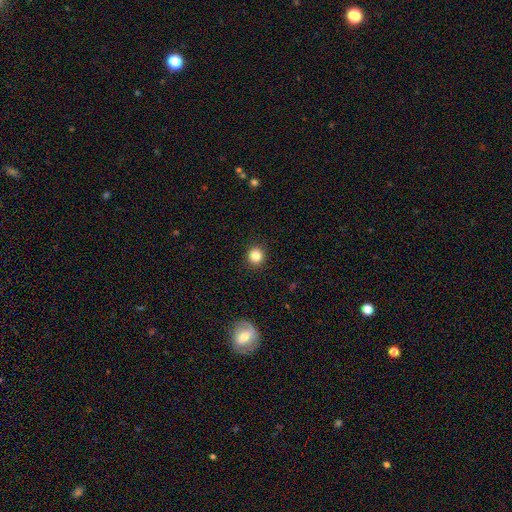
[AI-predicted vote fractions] This appears to be a smooth galaxy with no disk features (84%) that is round (89%). Merging: none (92%).